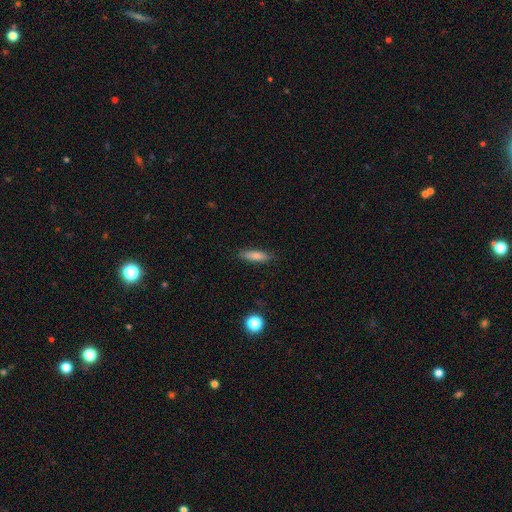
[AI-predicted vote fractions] smooth 79%, featured or disk 13%, star or artifact 8%. Down the decision tree: how rounded — cigar-shaped (65%); merging — none (86%).